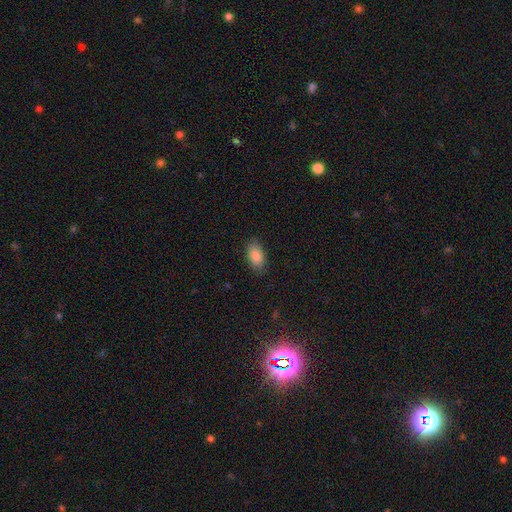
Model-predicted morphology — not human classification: smooth_or_featured: smooth (p=0.86) [alt: star or artifact p=0.07]
how_rounded: in between (p=0.93) [alt: round p=0.05]
merging: none (p=0.85) [alt: minor disturbance p=0.11]